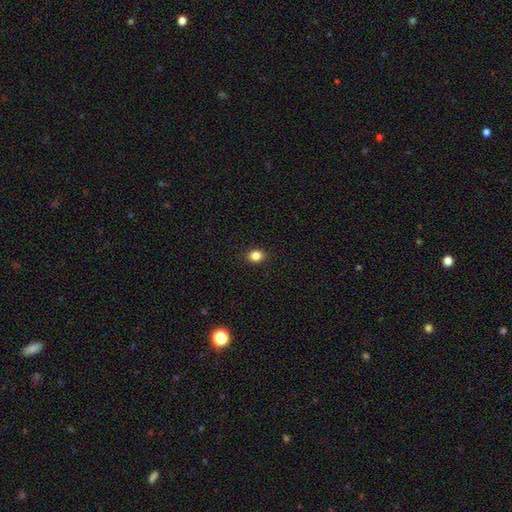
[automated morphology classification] Overall: smooth (85%). How rounded: round (60%; in between 39%). Merging: none (91%).